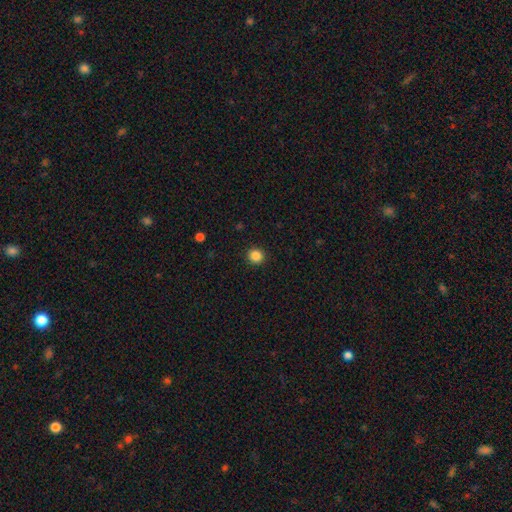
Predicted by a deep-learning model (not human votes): Smooth or featured?
  - smooth: 86% *
  - star or artifact: 11%
  - featured or disk: 3%
How rounded?
  - round: 93% *
  - in between: 6%
  - cigar-shaped: 1%
Merging?
  - none: 93% *
  - minor disturbance: 5%
  - major disturbance: 2%
  - merger: 1%